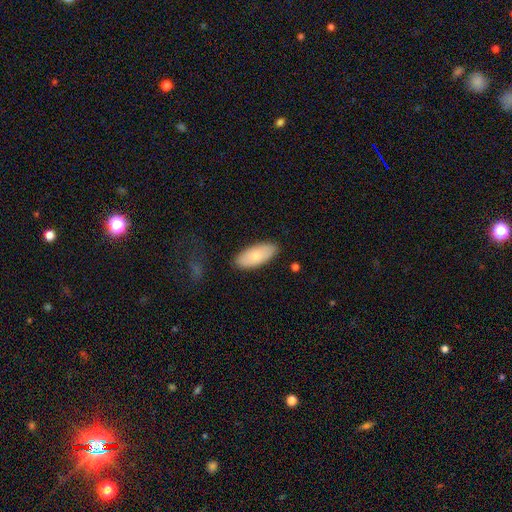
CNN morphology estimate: The model was most divided on "smooth or featured": smooth: 77%, featured or disk: 17%, star or artifact: 6%. More confident: how rounded — in between (88%); merging — none (85%).